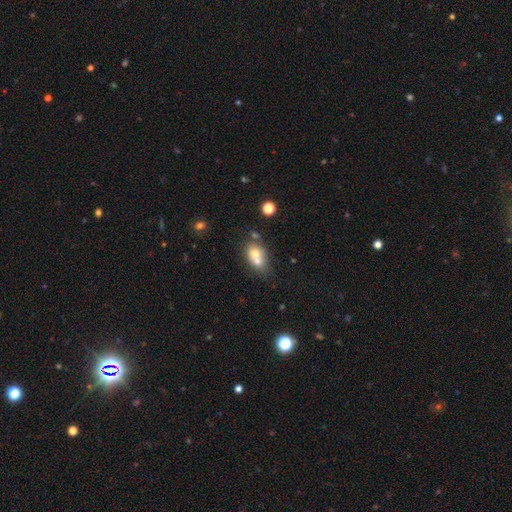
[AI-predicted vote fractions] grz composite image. It shows a smooth galaxy with no disk features (65%) that is in between round and cigar-shaped (62%). Merging: merger (59%).